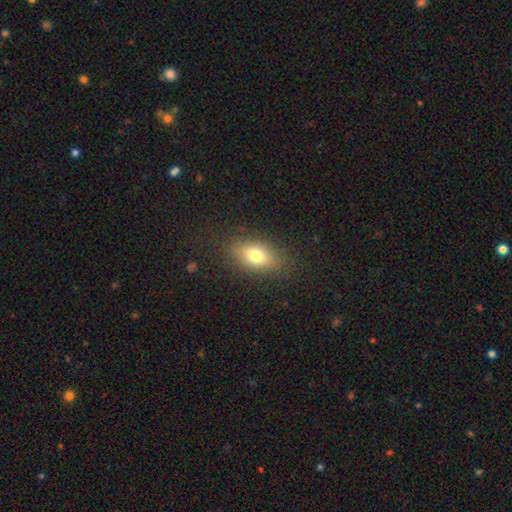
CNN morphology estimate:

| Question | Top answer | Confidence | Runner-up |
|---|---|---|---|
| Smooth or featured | smooth | 74% | featured or disk (16%) |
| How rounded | in between | 81% | round (12%) |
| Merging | none | 84% | minor disturbance (11%) |